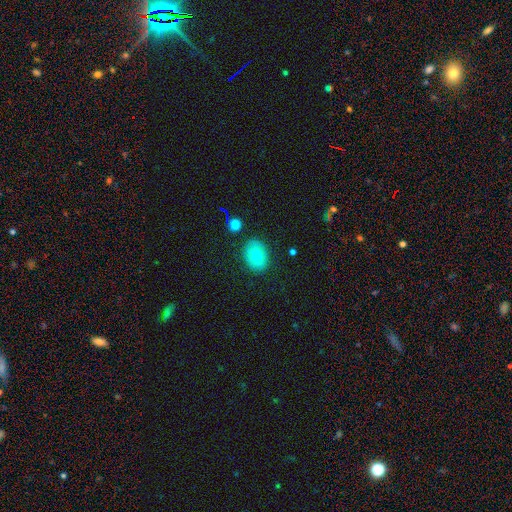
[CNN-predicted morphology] The model was most divided on "how rounded": in between: 67%, round: 32%, cigar-shaped: 1%. More confident: merging — none (85%); smooth or featured — smooth (76%).